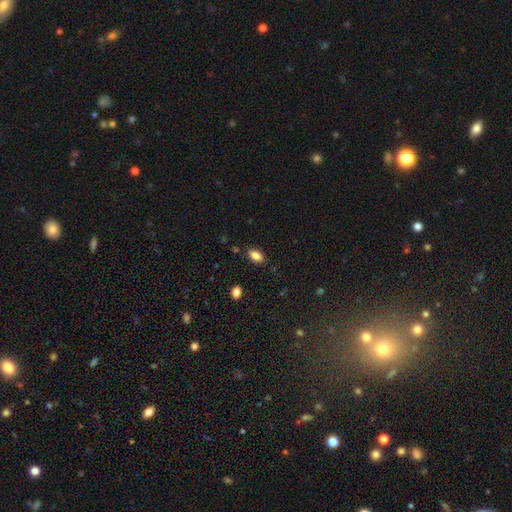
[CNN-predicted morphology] Smooth or featured: smooth — 85% (star or artifact — 10%)
How rounded: in between — 89% (round — 8%)
Merging: none — 85% (minor disturbance — 11%)